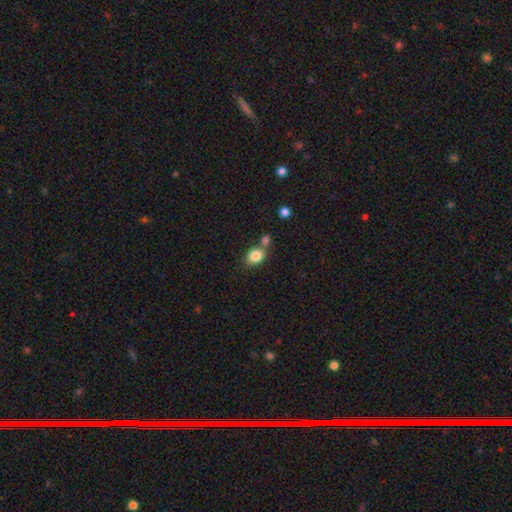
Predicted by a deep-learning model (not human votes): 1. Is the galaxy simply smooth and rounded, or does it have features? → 83% smooth, 9% star or artifact, 7% featured or disk.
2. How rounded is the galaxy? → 54% in between, 45% round, 1% cigar-shaped.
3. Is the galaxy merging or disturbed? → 53% none, 31% merger, 12% minor disturbance, 4% major disturbance.